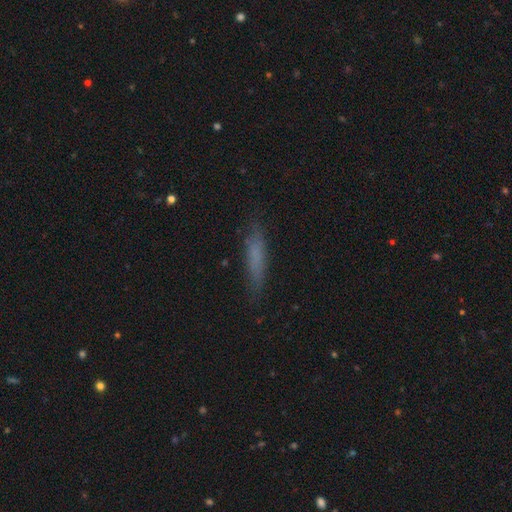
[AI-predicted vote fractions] Smooth or featured?
  - smooth: 67% *
  - featured or disk: 23%
  - star or artifact: 10%
How rounded?
  - cigar-shaped: 85% *
  - in between: 13%
  - round: 2%
Merging?
  - none: 80% *
  - minor disturbance: 15%
  - major disturbance: 4%
  - merger: 1%